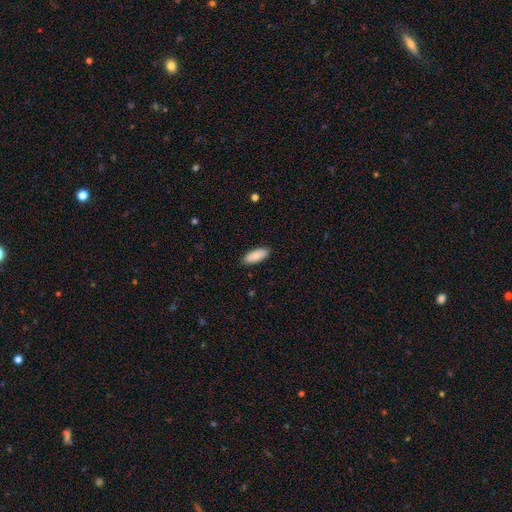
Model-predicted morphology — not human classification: type=smooth (90%); roundness=in between (81%); merging=none (89%).